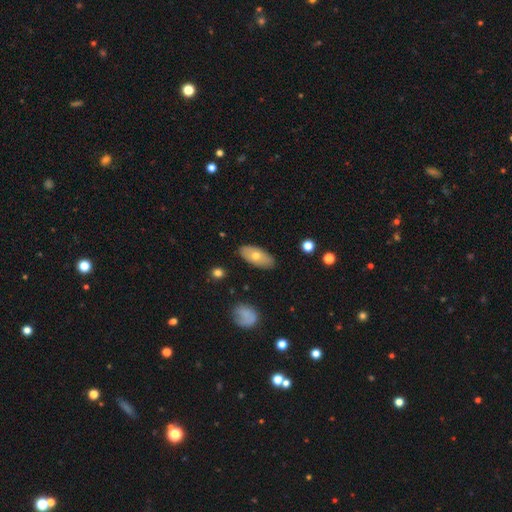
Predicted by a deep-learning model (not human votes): A smooth galaxy with no disk features (63%) that is in between round and cigar-shaped (88%).

Vote fractions:
- Smooth or featured? smooth: 63% / featured or disk: 30% / star or artifact: 7%
- How rounded? in between: 88% / cigar-shaped: 8% / round: 4%
- Merging? none: 85% / minor disturbance: 11% / major disturbance: 2% / merger: 1%